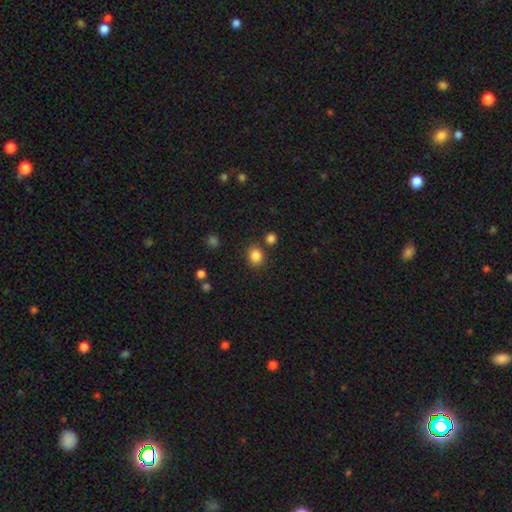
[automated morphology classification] A smooth galaxy with no disk features (85%) that is round (67%).

Vote fractions:
- Smooth or featured? smooth: 85% / star or artifact: 11% / featured or disk: 4%
- How rounded? round: 67% / in between: 32% / cigar-shaped: 1%
- Merging? none: 80% / minor disturbance: 9% / merger: 7% / major disturbance: 3%